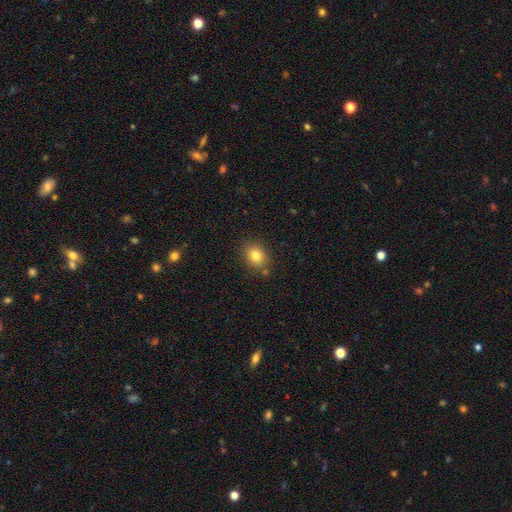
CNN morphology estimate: This is clearly a smooth galaxy (81%). How rounded: possibly in between (53%). Merging: clearly none (81%).